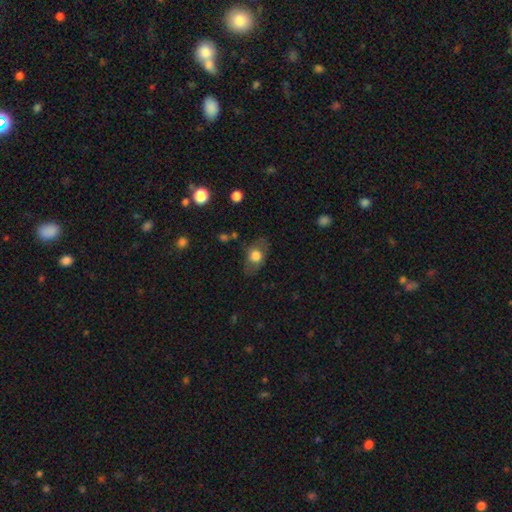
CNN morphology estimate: smooth 69%, featured or disk 23%, star or artifact 8%. Down the decision tree: how rounded — in between (71%); merging — none (71%).